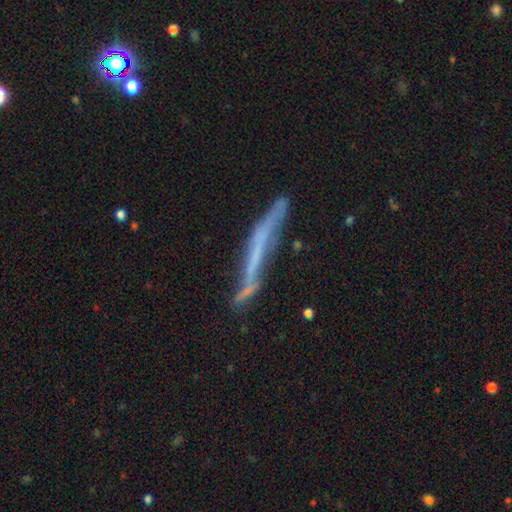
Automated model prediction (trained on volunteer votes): A featured or disk galaxy (61%) viewed edge-on (82%).

Vote fractions:
- Smooth or featured? featured or disk: 61% / smooth: 31% / star or artifact: 8%
- Edge-on disk? yes: 82% / no: 18%
- Merging? none: 55% / minor disturbance: 25% / major disturbance: 13% / merger: 7%